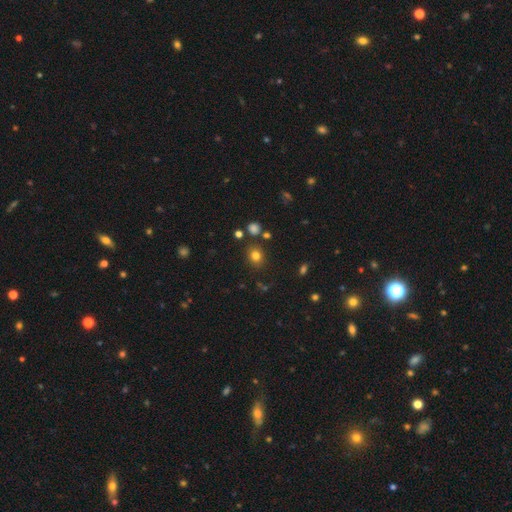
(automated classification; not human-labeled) Smooth or featured: smooth — 78% (star or artifact — 15%)
How rounded: round — 75% (in between — 24%)
Merging: none — 83% (minor disturbance — 10%)